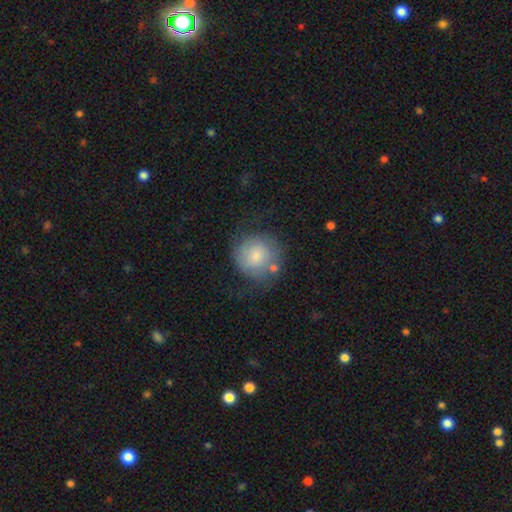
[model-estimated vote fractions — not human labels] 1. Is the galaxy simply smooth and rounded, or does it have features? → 69% smooth, 23% featured or disk, 8% star or artifact.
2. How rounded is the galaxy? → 90% round, 9% in between, 1% cigar-shaped.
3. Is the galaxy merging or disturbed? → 57% none, 23% minor disturbance, 14% major disturbance, 7% merger.